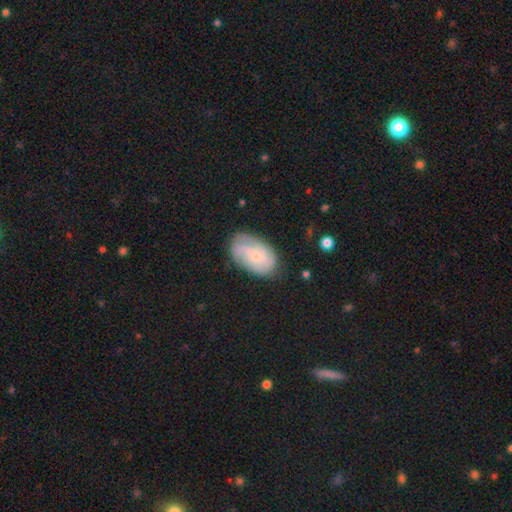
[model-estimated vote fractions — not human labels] featured or disk 56%, smooth 36%, star or artifact 8%. Down the decision tree: edge-on disk — no (96%); bar — no (75%); spiral arms — yes (85%); bulge size — small (76%); merging — none (69%).